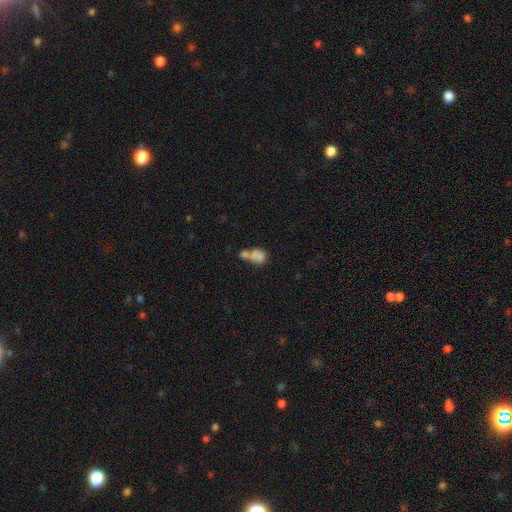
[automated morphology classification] Q: Smooth or featured?
A: smooth (74%); runner-up: featured or disk (16%)
Q: How rounded?
A: round (54%); runner-up: in between (44%)
Q: Merging?
A: merger (63%); runner-up: none (23%)